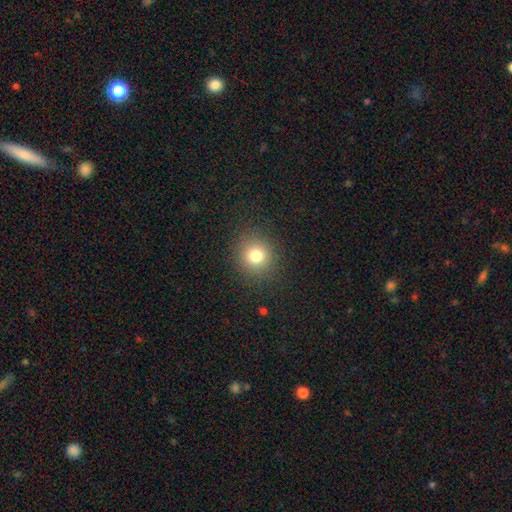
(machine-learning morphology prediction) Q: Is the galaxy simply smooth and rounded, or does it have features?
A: smooth — 78%.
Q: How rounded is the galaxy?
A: round — 89%.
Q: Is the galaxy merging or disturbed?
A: none — 89%.